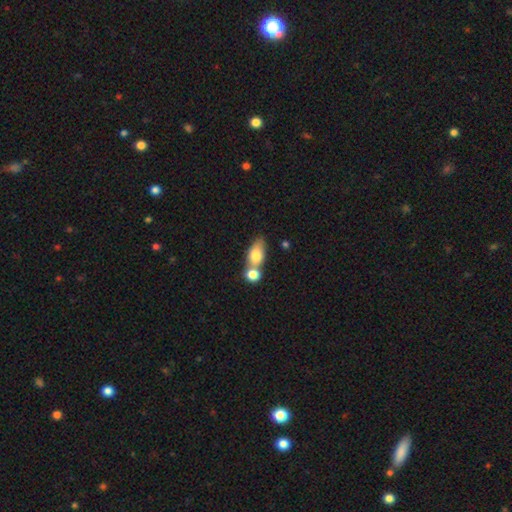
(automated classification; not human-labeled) smooth 76%, featured or disk 16%, star or artifact 8%. Down the decision tree: how rounded — in between (77%); merging — merger (57%).